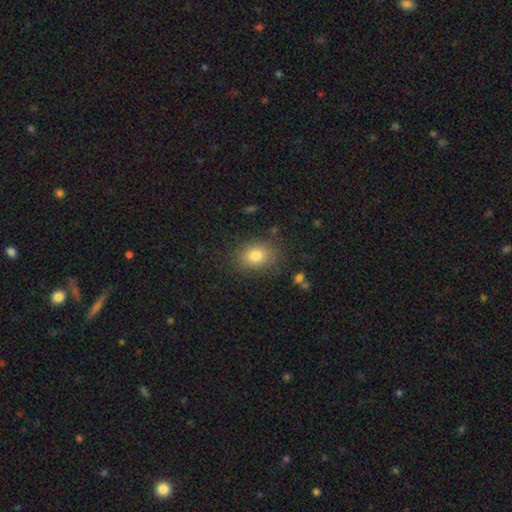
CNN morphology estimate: This is clearly a smooth galaxy (81%). How rounded: likely in between (66%). Merging: clearly none (83%).